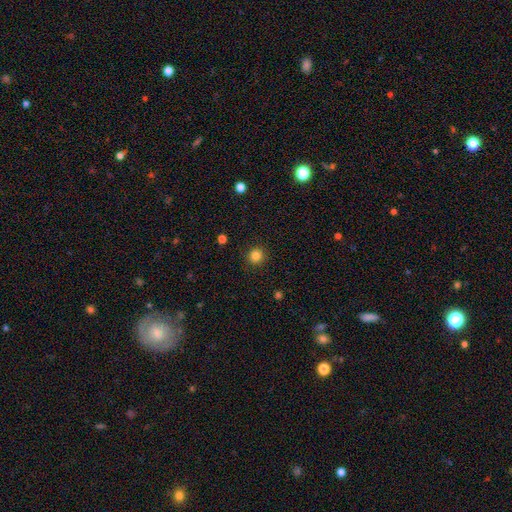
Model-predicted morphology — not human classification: Q: Smooth or featured?
A: smooth (84%); runner-up: star or artifact (12%)
Q: How rounded?
A: round (94%); runner-up: in between (5%)
Q: Merging?
A: none (91%); runner-up: minor disturbance (6%)